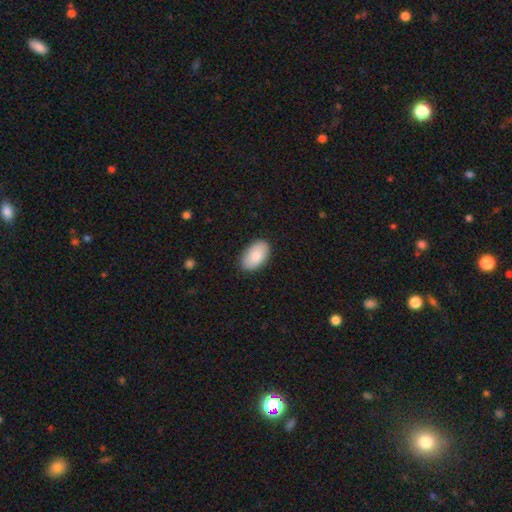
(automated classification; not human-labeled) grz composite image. It shows a smooth galaxy with no disk features (85%) that is in between round and cigar-shaped (95%). Merging: none (87%).